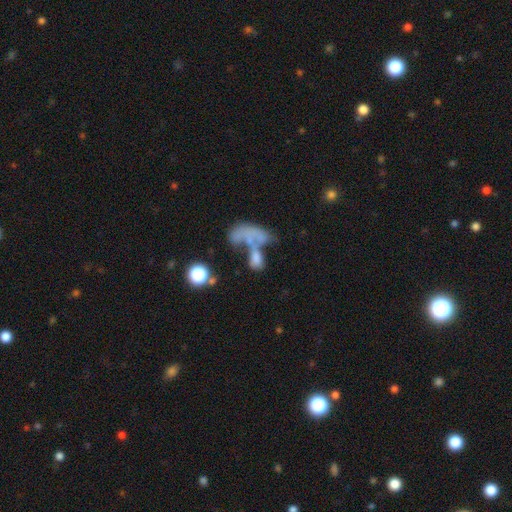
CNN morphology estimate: Overall: smooth (47%; featured or disk 35%). Merging: merger (49%; major disturbance 22%).